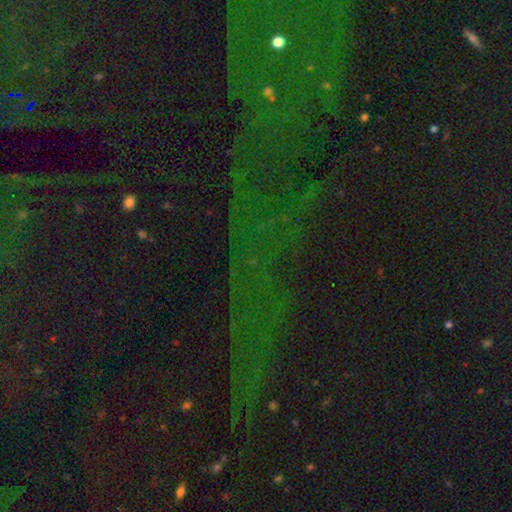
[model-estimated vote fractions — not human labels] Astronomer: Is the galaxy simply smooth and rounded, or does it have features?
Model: star or artifact — 78%.